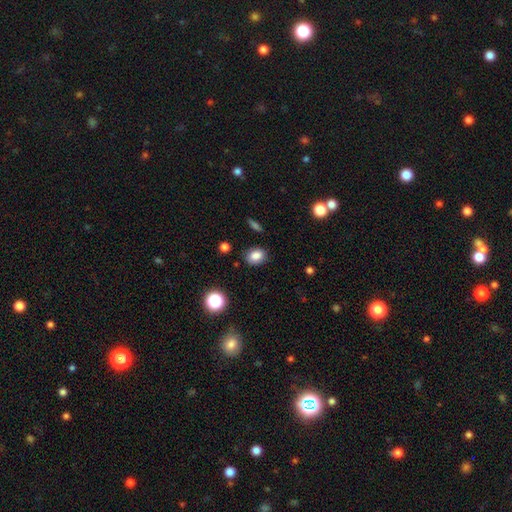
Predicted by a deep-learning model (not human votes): A smooth galaxy with no disk features (83%) that is in between round and cigar-shaped (60%). Merging: none (85%).